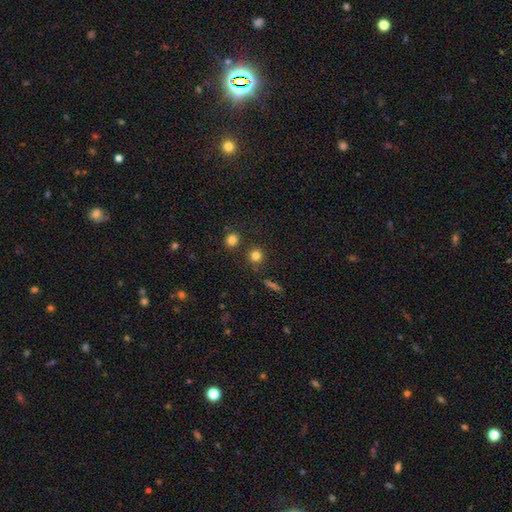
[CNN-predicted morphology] smooth_or_featured: smooth (p=0.80) [alt: star or artifact p=0.13]
how_rounded: round (p=0.92) [alt: in between p=0.07]
merging: none (p=0.82) [alt: merger p=0.08]